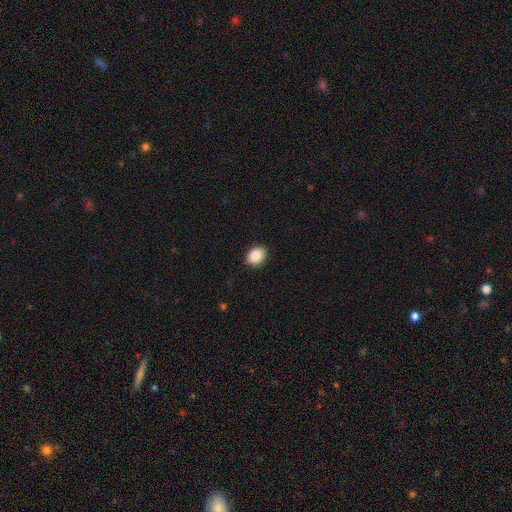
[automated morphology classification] Smooth or featured? Predicted: smooth (p=0.88). How rounded? Predicted: in between (p=0.57). Merging? Predicted: none (p=0.89).